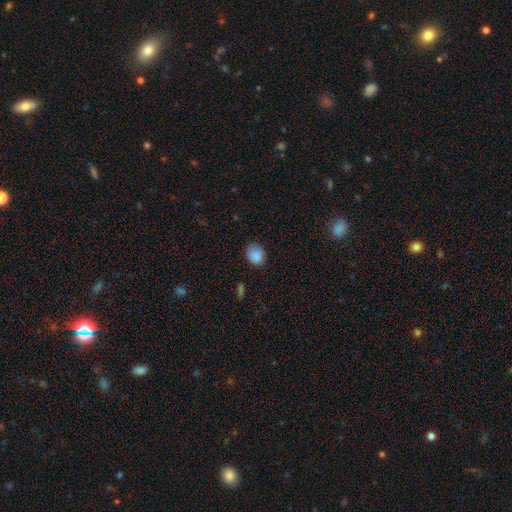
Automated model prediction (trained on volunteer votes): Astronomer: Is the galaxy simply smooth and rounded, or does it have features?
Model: smooth — 87%.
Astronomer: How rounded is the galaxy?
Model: round — 50% (runner-up: in between, 49%).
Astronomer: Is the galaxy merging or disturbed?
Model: none — 73%.